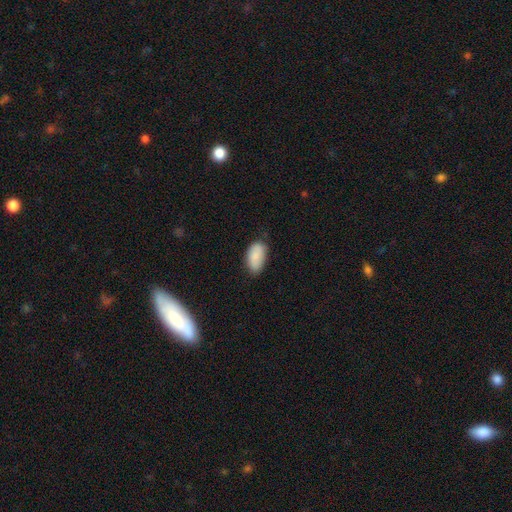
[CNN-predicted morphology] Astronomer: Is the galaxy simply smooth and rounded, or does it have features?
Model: smooth — 87%.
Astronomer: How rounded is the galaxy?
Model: in between — 94%.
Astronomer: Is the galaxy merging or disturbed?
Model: none — 71%.